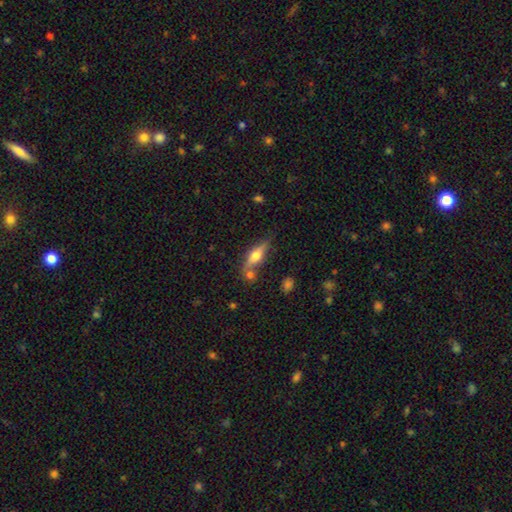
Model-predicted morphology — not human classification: featured or disk 49%, smooth 44%, star or artifact 7%. Down the decision tree: merging — none (66%).